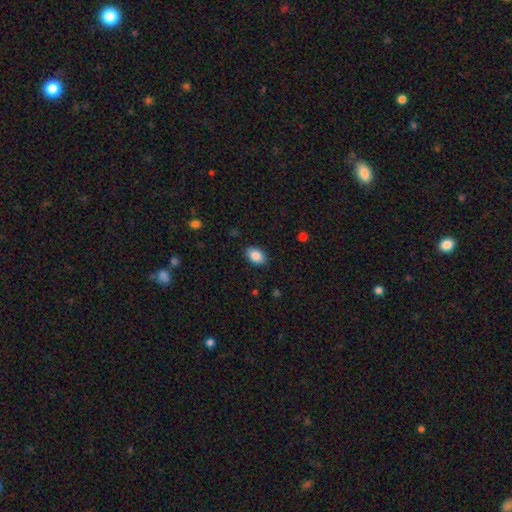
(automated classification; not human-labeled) Smooth or featured? smooth (87%)
How rounded? in between (87%)
Merging? none (87%)